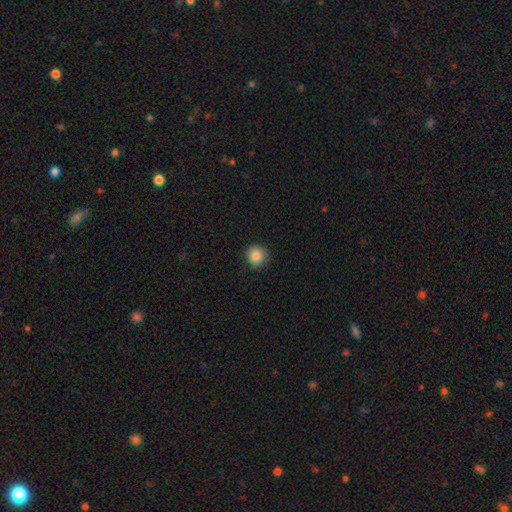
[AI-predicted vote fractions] Q: Smooth or featured?
A: smooth (86%); runner-up: star or artifact (9%)
Q: How rounded?
A: round (93%); runner-up: in between (6%)
Q: Merging?
A: none (89%); runner-up: minor disturbance (8%)